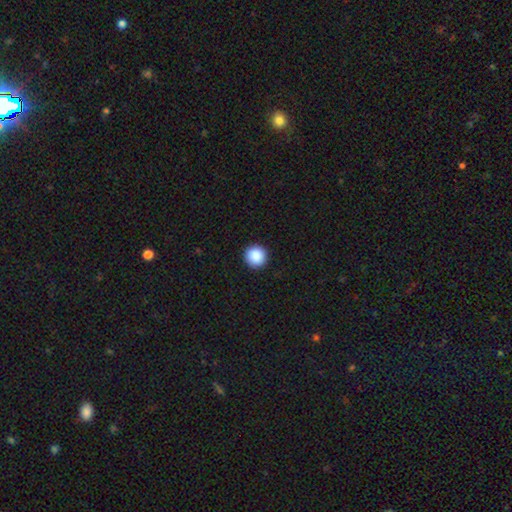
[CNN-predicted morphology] Smooth or featured? smooth (89%)
How rounded? round (95%)
Merging? none (93%)